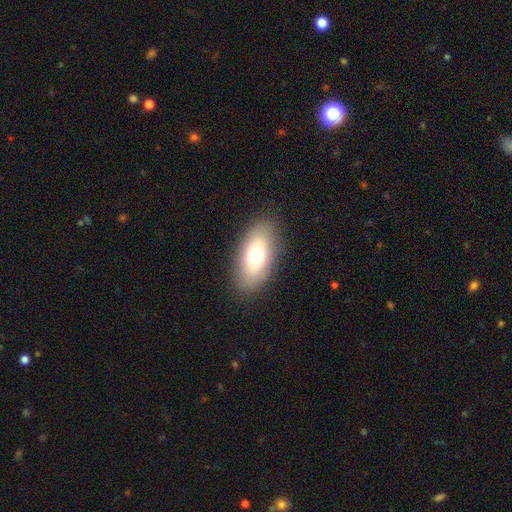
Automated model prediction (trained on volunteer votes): Smooth or featured? smooth (68%)
How rounded? in between (88%)
Merging? none (85%)